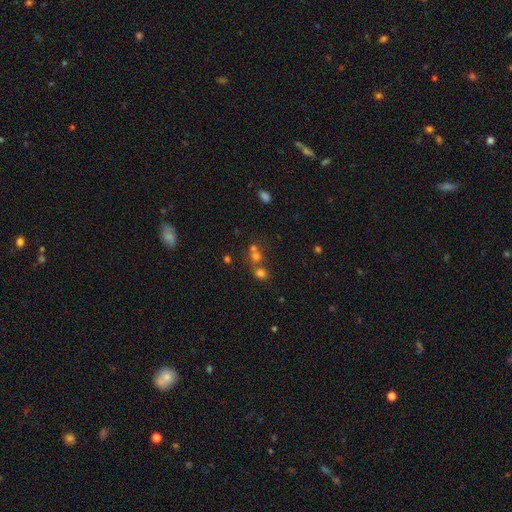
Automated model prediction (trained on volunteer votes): Smooth or featured: smooth — 53% (star or artifact — 34%)
How rounded: round — 80% (in between — 19%)
Merging: none — 47% (merger — 43%)